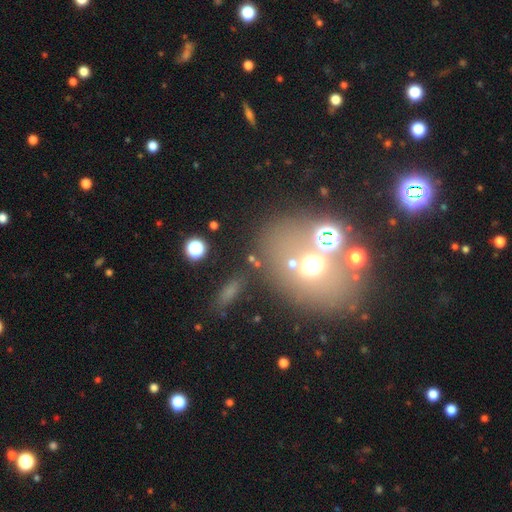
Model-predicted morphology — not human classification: smooth-or-featured: smooth: 36% (tied) | star or artifact: 36% (tied) | featured or disk: 28%
  merging: none: 54% | merger: 26% | minor disturbance: 12% | major disturbance: 9%